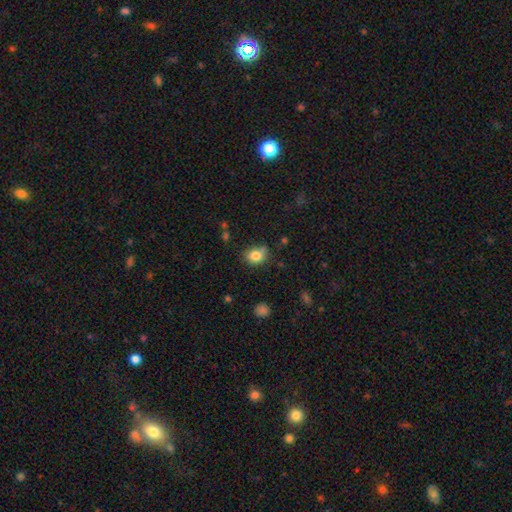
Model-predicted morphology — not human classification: smooth 83%, star or artifact 10%, featured or disk 7%. Down the decision tree: how rounded — round (55%); merging — none (69%).